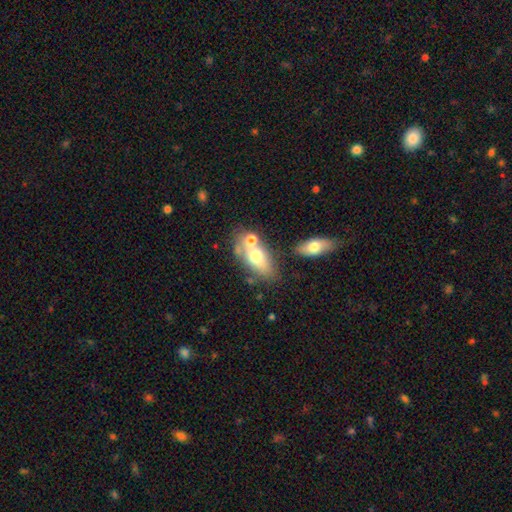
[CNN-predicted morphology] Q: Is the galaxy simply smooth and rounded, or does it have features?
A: smooth — 62%.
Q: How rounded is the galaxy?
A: in between — 83%.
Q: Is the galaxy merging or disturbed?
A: none — 45%.